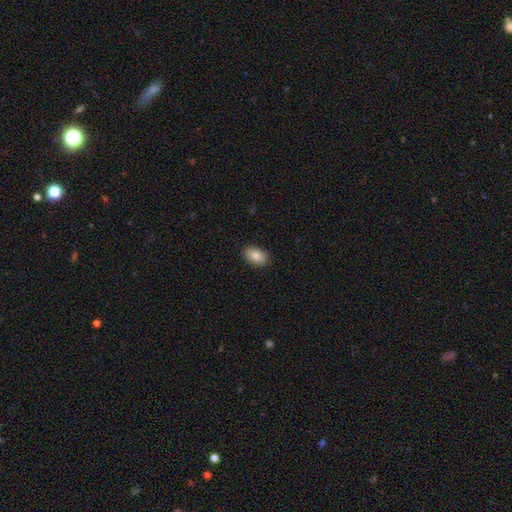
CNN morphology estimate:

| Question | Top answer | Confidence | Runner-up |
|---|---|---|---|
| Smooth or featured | smooth | 85% | featured or disk (7%) |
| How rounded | in between | 91% | round (8%) |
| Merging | none | 89% | minor disturbance (8%) |